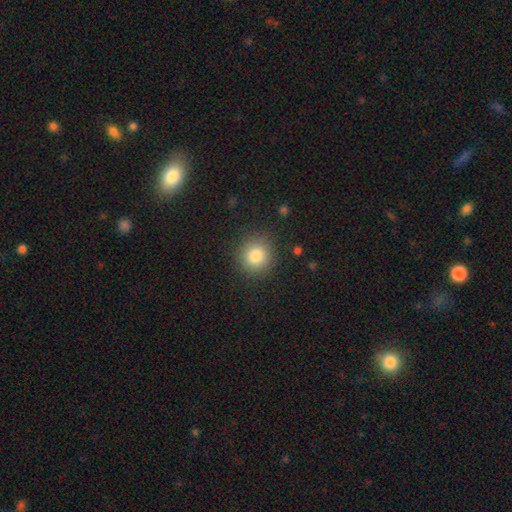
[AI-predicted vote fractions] Smooth or featured? Predicted: smooth (p=0.82). How rounded? Predicted: round (p=0.92). Merging? Predicted: none (p=0.88).